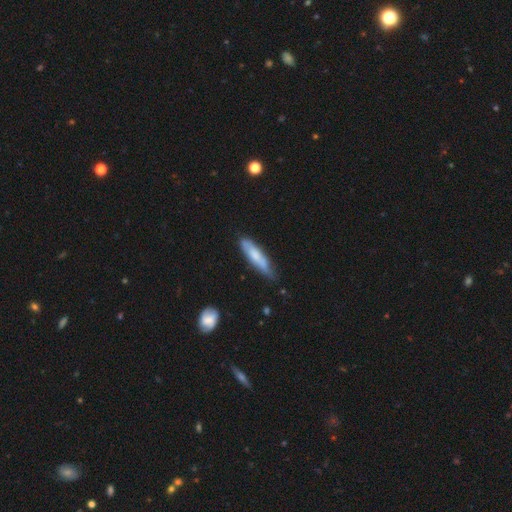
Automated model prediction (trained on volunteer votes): This appears to be a smooth galaxy with no disk features (61%) that is cigar-shaped (78%). Merging: none (64%).